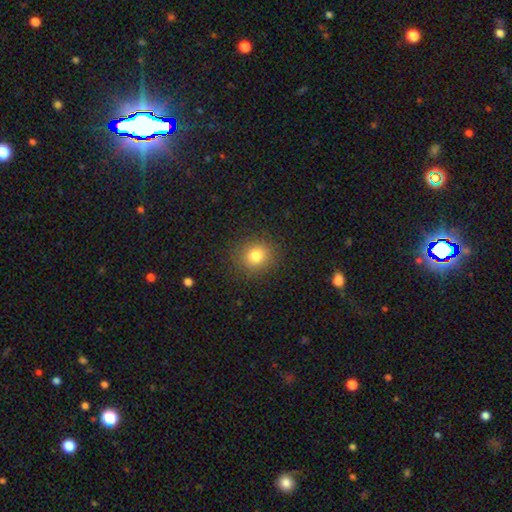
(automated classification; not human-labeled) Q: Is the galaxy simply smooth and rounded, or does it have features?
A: smooth — 81%.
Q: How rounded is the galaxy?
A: round — 83%.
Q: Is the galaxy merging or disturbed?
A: none — 89%.